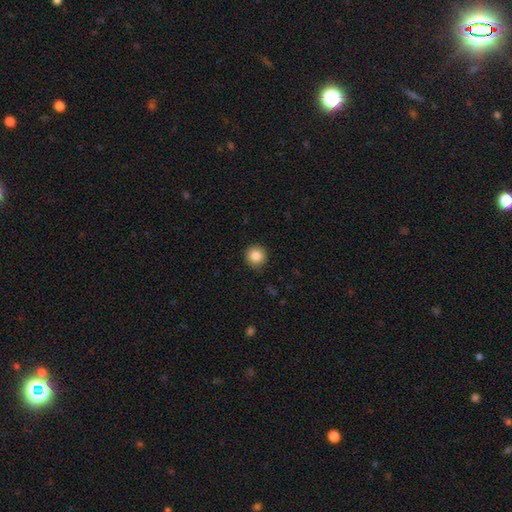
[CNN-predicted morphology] smooth 85%, star or artifact 9%, featured or disk 6%. Down the decision tree: how rounded — round (94%); merging — none (89%).